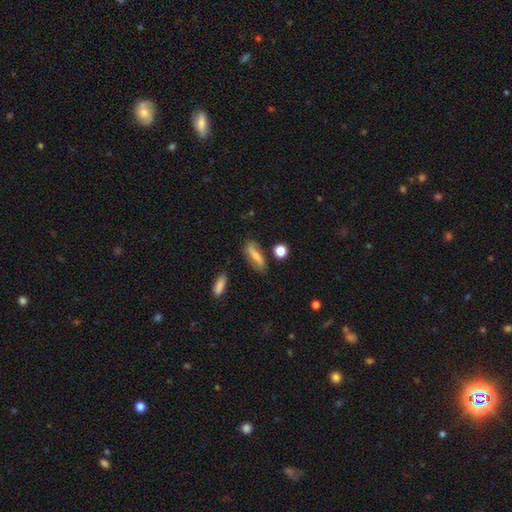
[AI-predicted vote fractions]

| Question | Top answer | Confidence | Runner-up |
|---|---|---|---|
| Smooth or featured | smooth | 62% | featured or disk (30%) |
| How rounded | in between | 52% | cigar-shaped (43%) |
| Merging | none | 70% | minor disturbance (20%) |